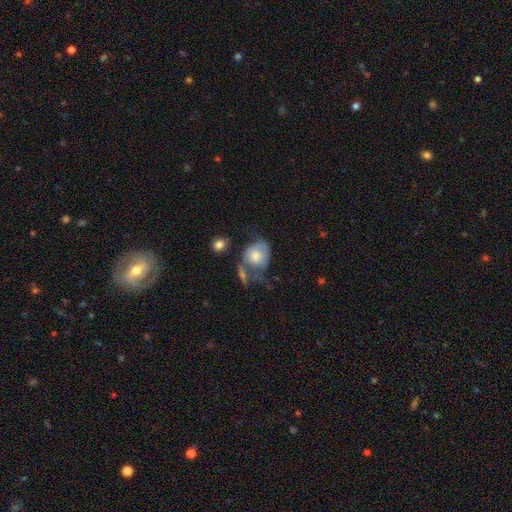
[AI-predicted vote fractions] Smooth or featured?
  - smooth: 63% *
  - featured or disk: 30%
  - star or artifact: 7%
How rounded?
  - in between: 53% *
  - round: 46%
  - cigar-shaped: 1%
Merging?
  - major disturbance: 29% *
  - none: 27%
  - minor disturbance: 25%
  - merger: 19%